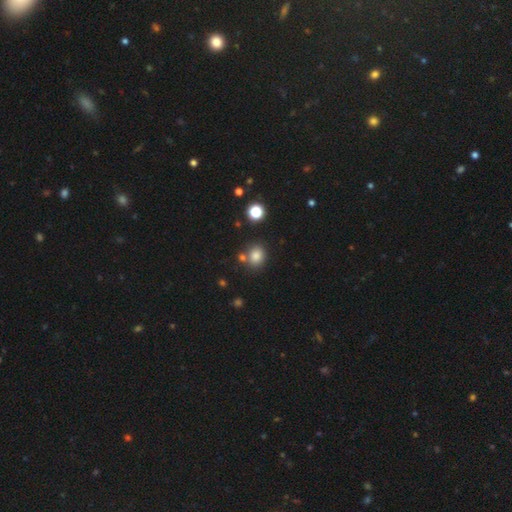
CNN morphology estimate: Smooth or featured?
  - smooth: 81% *
  - star or artifact: 13%
  - featured or disk: 6%
How rounded?
  - round: 71% *
  - in between: 28%
  - cigar-shaped: 1%
Merging?
  - none: 73% *
  - merger: 13%
  - minor disturbance: 11%
  - major disturbance: 3%